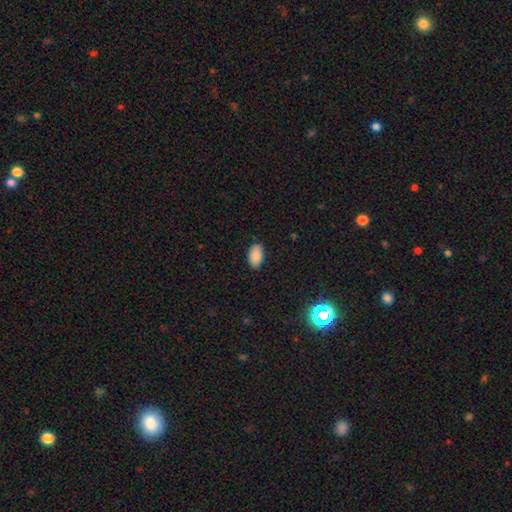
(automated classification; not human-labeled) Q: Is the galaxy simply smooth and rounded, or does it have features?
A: smooth — 88%.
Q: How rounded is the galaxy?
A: in between — 94%.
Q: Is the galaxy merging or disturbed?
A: none — 86%.